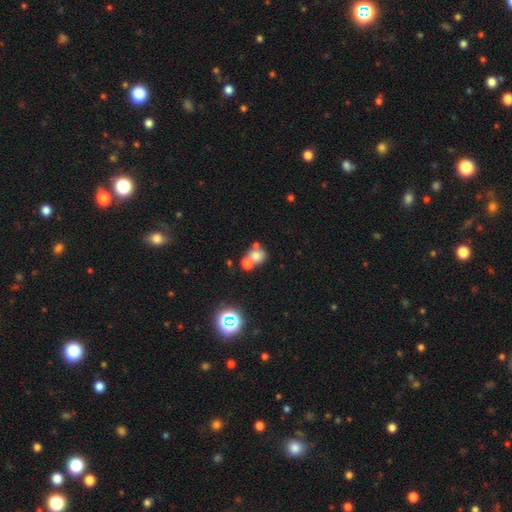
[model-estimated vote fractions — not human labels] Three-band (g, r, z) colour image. It shows a smooth galaxy with no disk features (68%) that is round (75%). Merging: merger (52%).